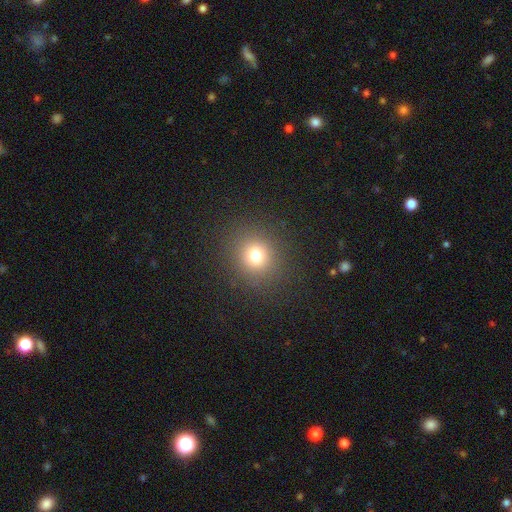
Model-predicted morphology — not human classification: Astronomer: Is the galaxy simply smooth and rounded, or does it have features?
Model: smooth — 73%.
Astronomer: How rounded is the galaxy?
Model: round — 86%.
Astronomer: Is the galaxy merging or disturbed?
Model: none — 89%.